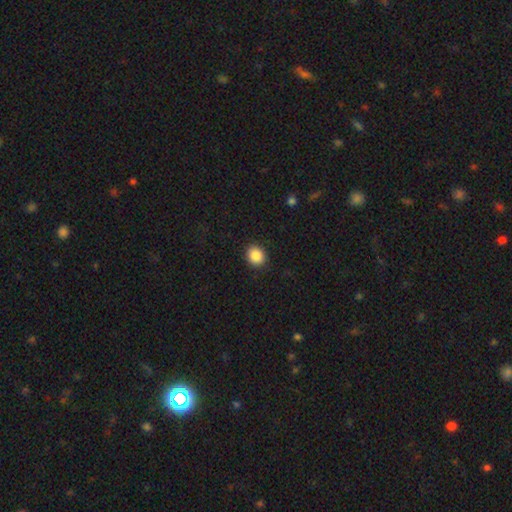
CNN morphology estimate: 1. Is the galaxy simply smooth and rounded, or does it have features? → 88% smooth, 9% star or artifact, 4% featured or disk.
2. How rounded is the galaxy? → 64% round, 35% in between, 1% cigar-shaped.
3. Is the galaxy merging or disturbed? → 90% none, 7% minor disturbance, 2% major disturbance, 1% merger.